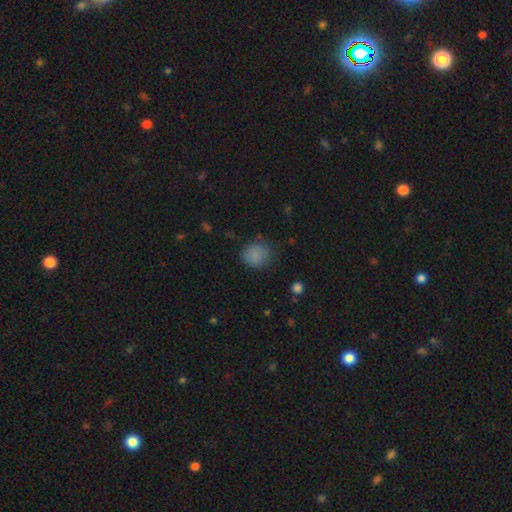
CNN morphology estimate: A smooth galaxy with no disk features (83%) that is round (73%).

Vote fractions:
- Smooth or featured? smooth: 83% / star or artifact: 11% / featured or disk: 6%
- How rounded? round: 73% / in between: 26% / cigar-shaped: 1%
- Merging? none: 73% / minor disturbance: 20% / major disturbance: 6% / merger: 2%